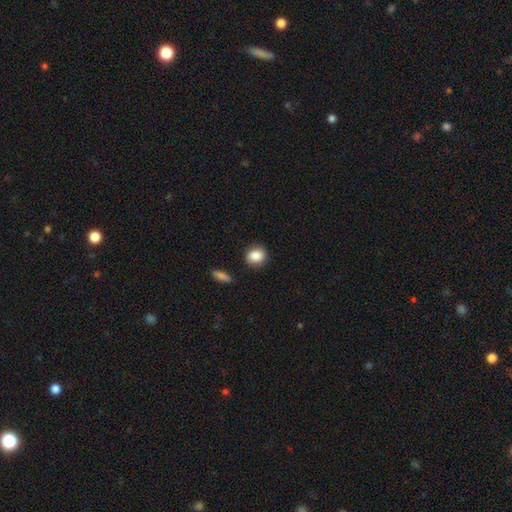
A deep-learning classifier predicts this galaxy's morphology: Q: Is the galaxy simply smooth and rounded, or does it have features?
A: smooth — 85%.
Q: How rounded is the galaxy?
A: round — 73%.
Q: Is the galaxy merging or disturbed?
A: none — 85%.